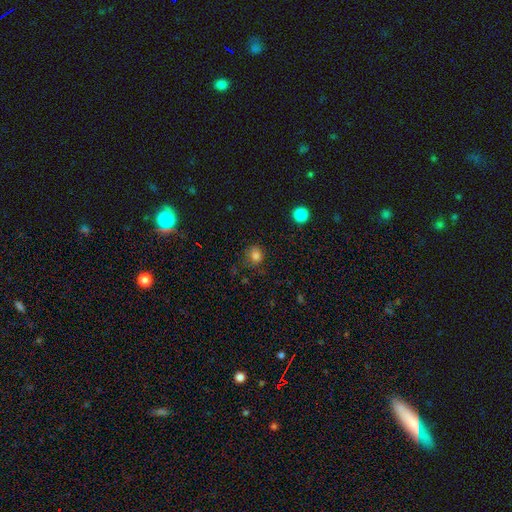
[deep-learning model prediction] Smooth or featured? smooth (81%)
How rounded? round (75%)
Merging? none (68%)